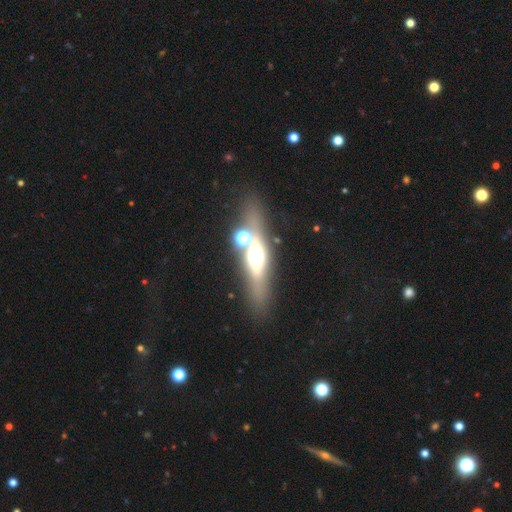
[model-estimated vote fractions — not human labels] A featured or disk galaxy (55%) viewed edge-on (84%). Merging: none (72%).